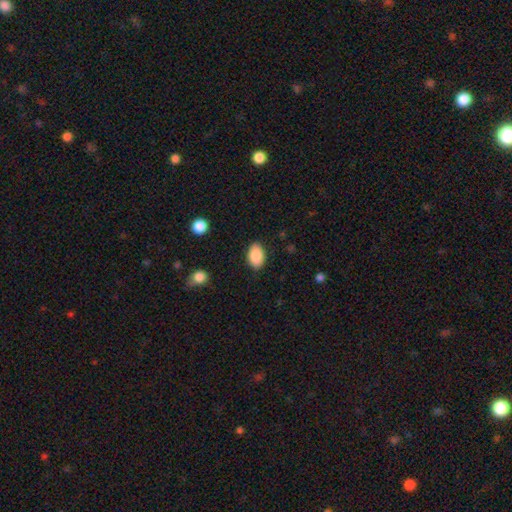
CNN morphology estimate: smooth_or_featured: smooth (p=0.89) [alt: star or artifact p=0.07]
how_rounded: in between (p=0.89) [alt: round p=0.09]
merging: none (p=0.85) [alt: minor disturbance p=0.11]